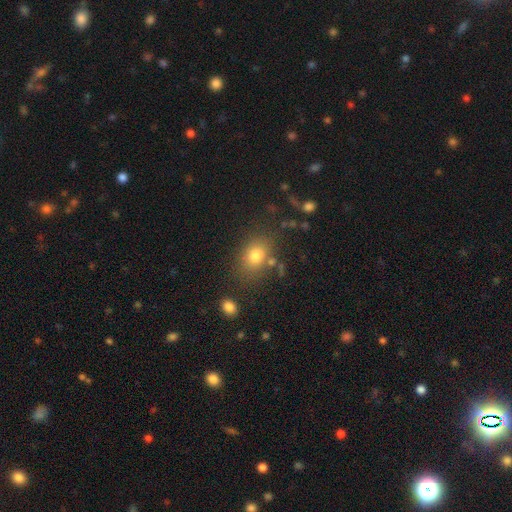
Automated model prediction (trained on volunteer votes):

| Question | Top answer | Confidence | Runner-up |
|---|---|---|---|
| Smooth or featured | smooth | 79% | star or artifact (12%) |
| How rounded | in between | 65% | round (34%) |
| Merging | none | 74% | minor disturbance (14%) |